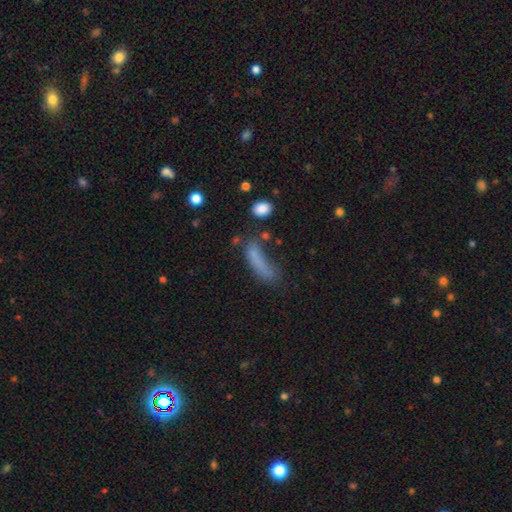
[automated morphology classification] smooth_or_featured: smooth (p=0.70) [alt: featured or disk p=0.16]
how_rounded: cigar-shaped (p=0.64) [alt: in between p=0.33]
merging: none (p=0.43) [alt: minor disturbance p=0.24]